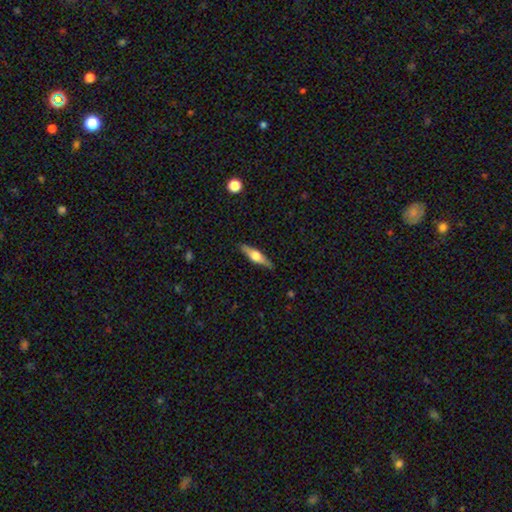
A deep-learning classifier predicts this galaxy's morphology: This appears to be a featured or disk galaxy (63%) viewed edge-on (96%) with a rounded central bulge (93%). Merging: none (87%).